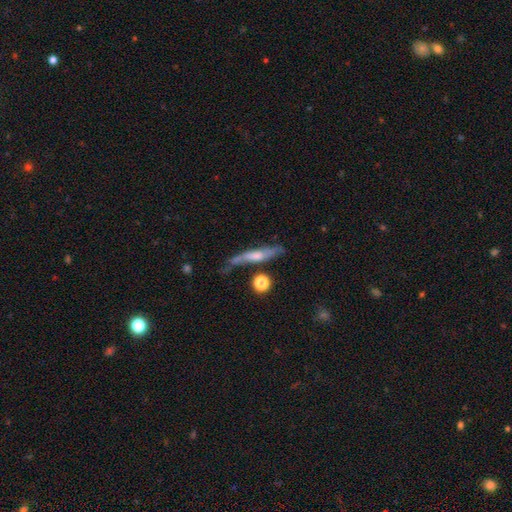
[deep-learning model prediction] Morphology: type=featured or disk (55%); edge-on=yes (76%); merging=none (56%).